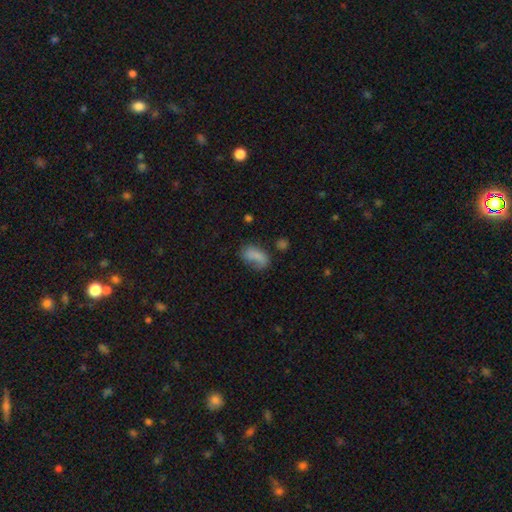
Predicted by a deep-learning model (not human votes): The model was most divided on "merging": none: 45%, minor disturbance: 28%, major disturbance: 20%, merger: 7%. More confident: how rounded — in between (88%); smooth or featured — smooth (72%).